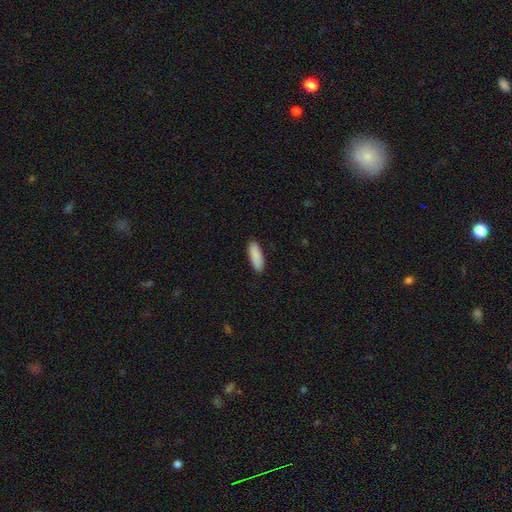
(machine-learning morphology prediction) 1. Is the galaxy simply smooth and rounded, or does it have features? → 90% smooth, 6% star or artifact, 4% featured or disk.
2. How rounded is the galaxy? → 60% in between, 39% cigar-shaped, 2% round.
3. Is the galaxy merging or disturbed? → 89% none, 8% minor disturbance, 2% major disturbance, 1% merger.